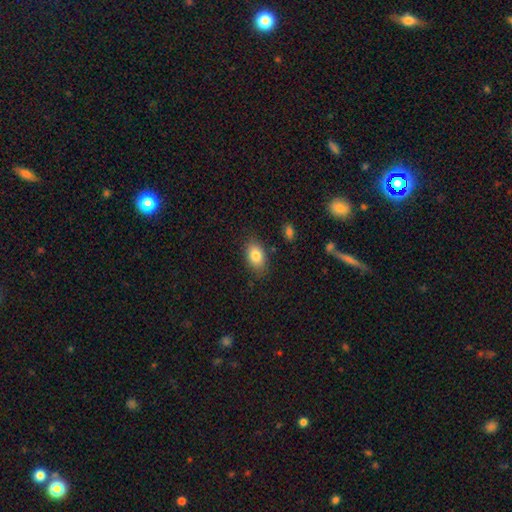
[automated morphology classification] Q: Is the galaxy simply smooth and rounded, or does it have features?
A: smooth — 83%.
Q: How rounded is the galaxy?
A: in between — 86%.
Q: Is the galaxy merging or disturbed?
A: none — 82%.